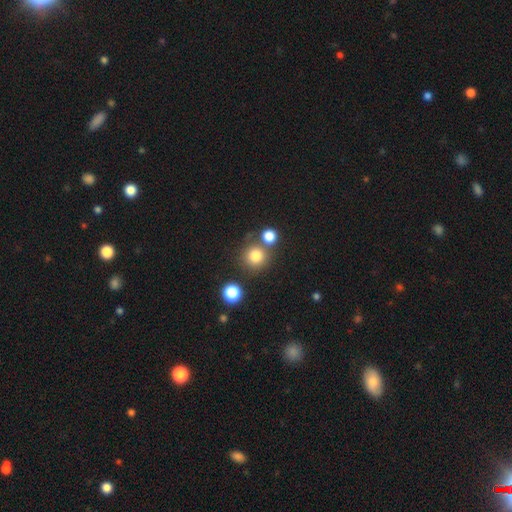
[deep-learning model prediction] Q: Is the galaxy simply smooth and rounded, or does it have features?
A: smooth — 79%.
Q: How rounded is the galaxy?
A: round — 92%.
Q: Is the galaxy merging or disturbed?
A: none — 72%.